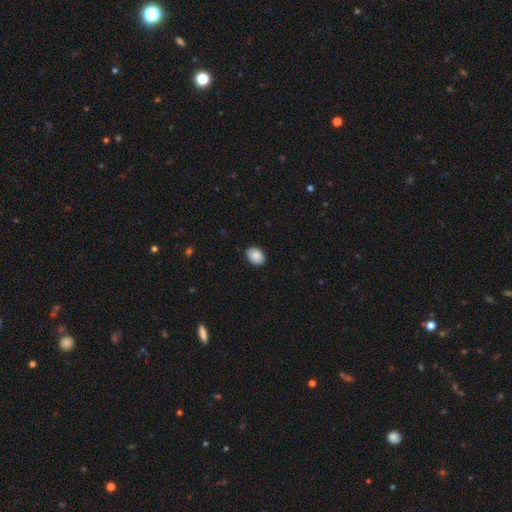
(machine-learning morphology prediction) Q: Smooth or featured?
A: smooth (88%); runner-up: star or artifact (7%)
Q: How rounded?
A: in between (66%); runner-up: round (33%)
Q: Merging?
A: none (88%); runner-up: minor disturbance (9%)